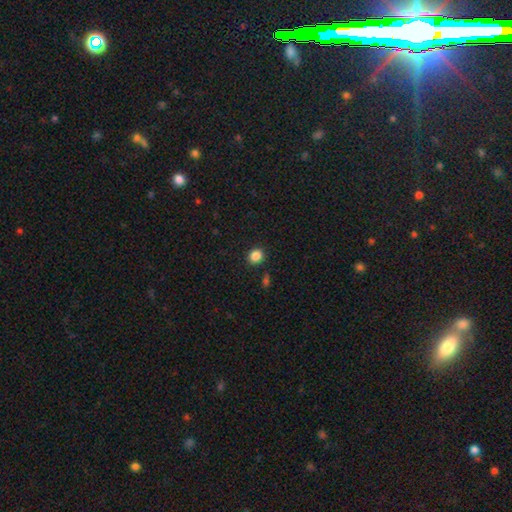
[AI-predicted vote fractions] The model was most divided on "how rounded": round: 74%, in between: 25%, cigar-shaped: 1%. More confident: merging — none (89%); smooth or featured — smooth (86%).